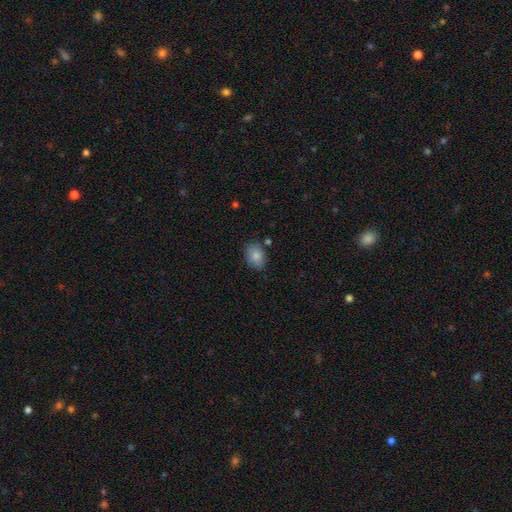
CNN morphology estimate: smooth-or-featured: smooth: 84% | star or artifact: 8% | featured or disk: 7%
  how-rounded: in between: 69% | round: 30% | cigar-shaped: 1%
  merging: none: 75% | minor disturbance: 17% | merger: 4% | major disturbance: 4%